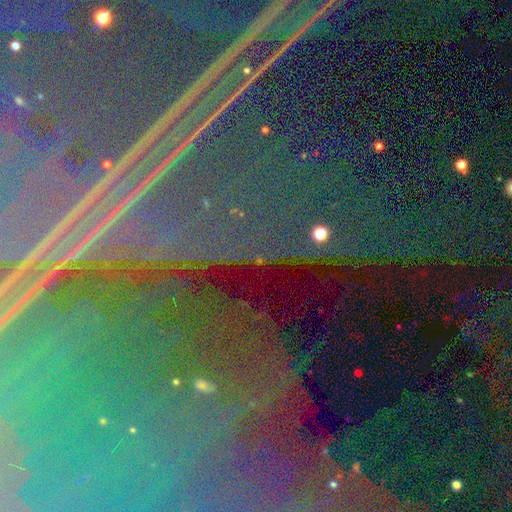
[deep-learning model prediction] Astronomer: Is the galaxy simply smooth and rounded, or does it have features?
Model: star or artifact — 88%.